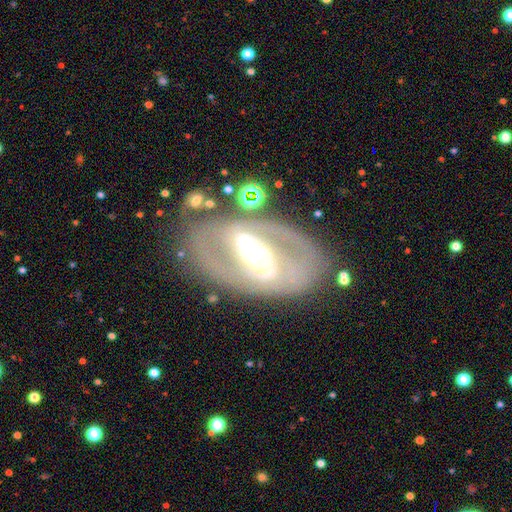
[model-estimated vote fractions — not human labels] A featured or disk galaxy (85%) with a strong bar (58%), 2 (81%) medium (42%) spiral arms (82%) and a moderate central bulge (61%). Merging: none (74%).